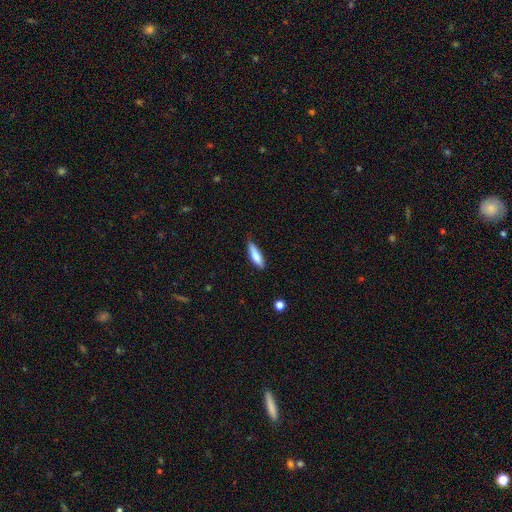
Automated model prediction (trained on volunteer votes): Q: Smooth or featured?
A: smooth (82%); runner-up: featured or disk (12%)
Q: How rounded?
A: cigar-shaped (62%); runner-up: in between (36%)
Q: Merging?
A: none (73%); runner-up: minor disturbance (22%)